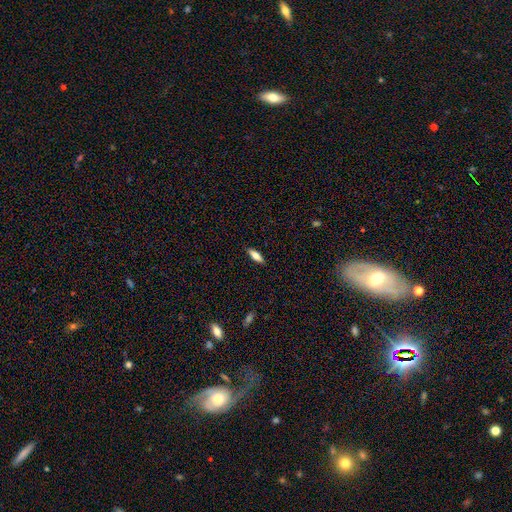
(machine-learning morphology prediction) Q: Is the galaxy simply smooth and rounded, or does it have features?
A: smooth — 75%.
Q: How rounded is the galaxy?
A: in between — 56%.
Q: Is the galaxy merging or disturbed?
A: none — 89%.